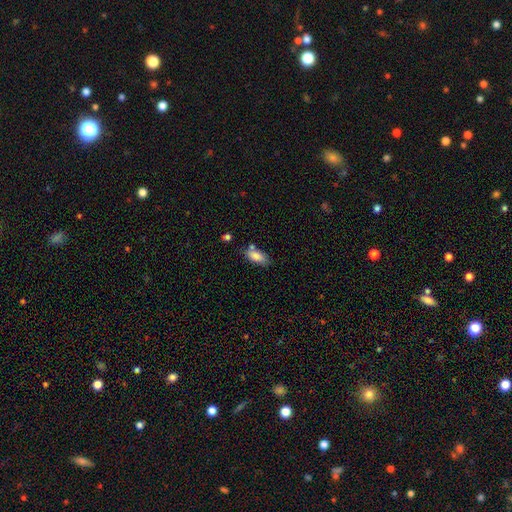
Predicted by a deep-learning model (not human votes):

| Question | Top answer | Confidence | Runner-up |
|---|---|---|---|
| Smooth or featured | smooth | 85% | featured or disk (8%) |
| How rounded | in between | 87% | cigar-shaped (10%) |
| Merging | none | 65% | minor disturbance (20%) |